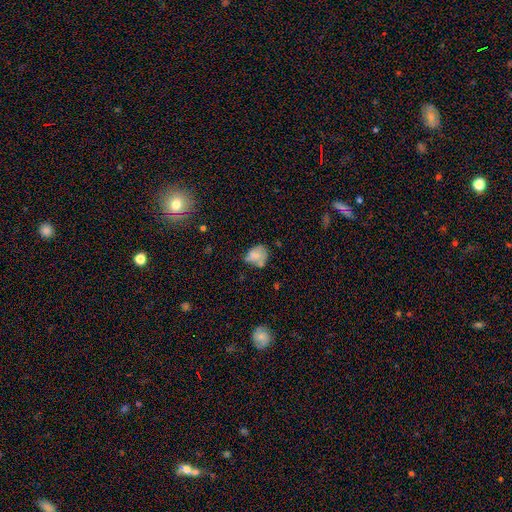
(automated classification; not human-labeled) This is likely a smooth galaxy (62%). How rounded: possibly in between (51%). Merging: marginally none (37%).